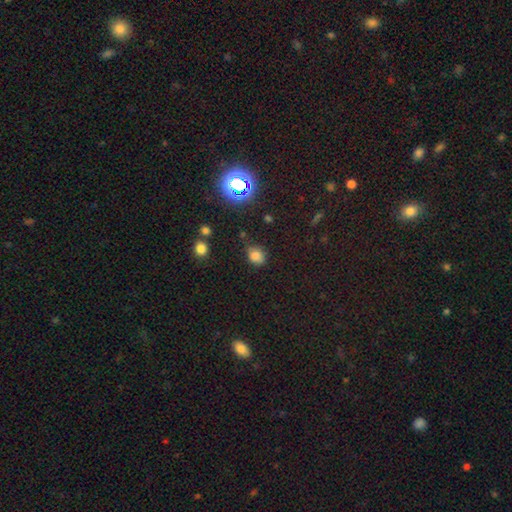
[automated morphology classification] Smooth or featured? Predicted: smooth (p=0.75). How rounded? Predicted: round (p=0.51). Merging? Predicted: none (p=0.66).